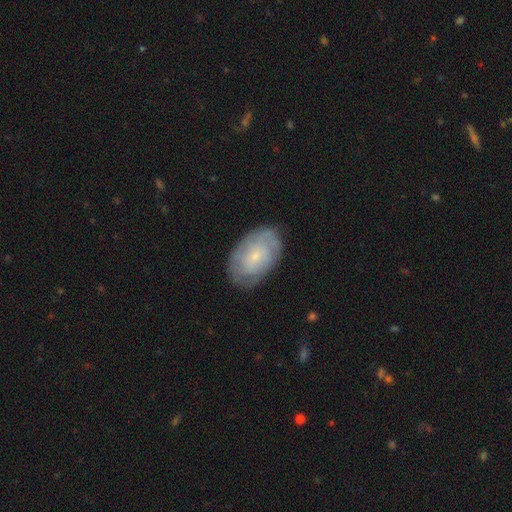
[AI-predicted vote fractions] A featured or disk galaxy (49%). Merging: none (77%).